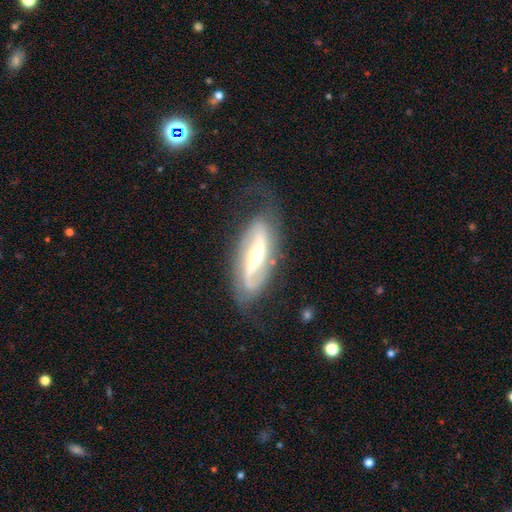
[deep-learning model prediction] This is clearly a featured or disk galaxy (84%). It is clearly not viewed edge-on (86%). Bar: possibly strong (53%). Spiral arm pattern: clearly yes (91%). Spiral arm count: clearly 2 (86%). Spiral winding: marginally loose (45%). Central bulge: possibly moderate (52%). Merging: likely none (61%).